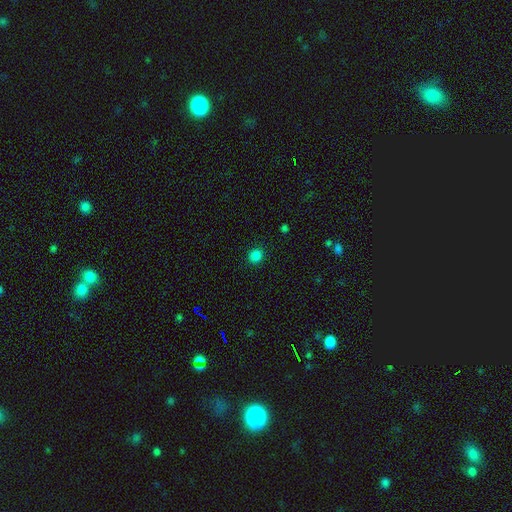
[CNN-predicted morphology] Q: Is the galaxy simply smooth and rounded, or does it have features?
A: smooth — 83%.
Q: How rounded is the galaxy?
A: round — 85%.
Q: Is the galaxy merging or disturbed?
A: none — 91%.